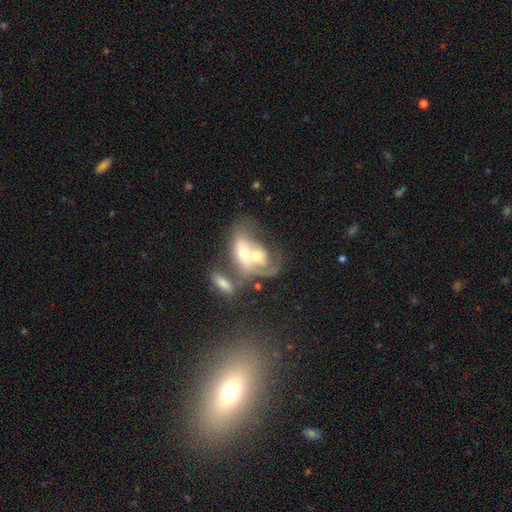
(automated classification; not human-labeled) Morphology: type=featured or disk (54%); edge-on=no (93%); bar=no (76%); spiral arms=no (51%); bulge=moderate (62%); merging=merger (75%).